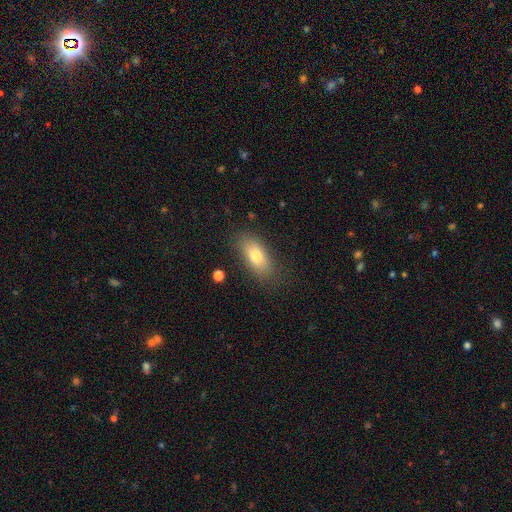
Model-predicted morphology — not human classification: type=smooth (76%); roundness=in between (82%); merging=none (80%).